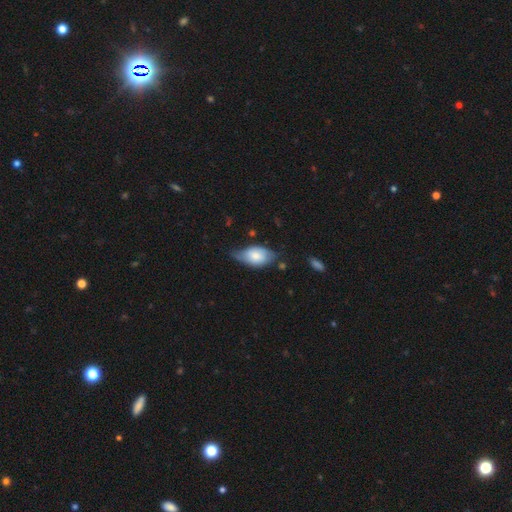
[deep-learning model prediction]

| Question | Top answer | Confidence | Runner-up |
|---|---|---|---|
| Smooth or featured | smooth | 63% | featured or disk (31%) |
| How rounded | in between | 91% | round (6%) |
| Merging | none | 44% | minor disturbance (41%) |